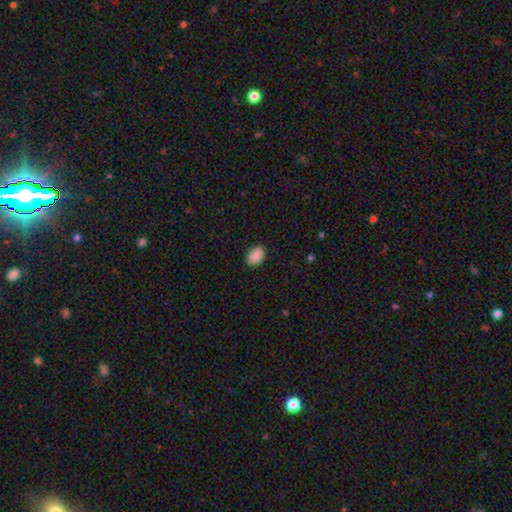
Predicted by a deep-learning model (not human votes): A smooth galaxy with no disk features (90%) that is in between round and cigar-shaped (80%). Merging: none (88%).